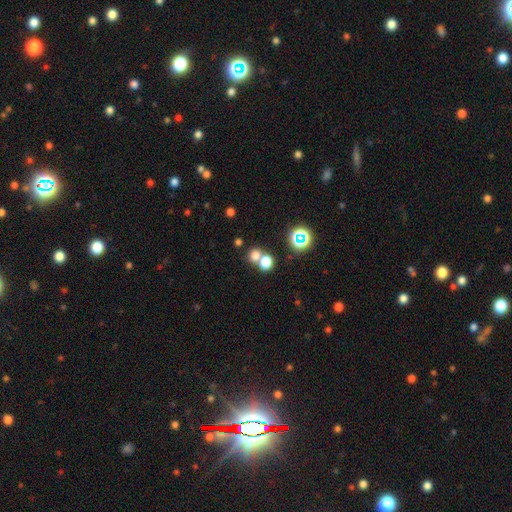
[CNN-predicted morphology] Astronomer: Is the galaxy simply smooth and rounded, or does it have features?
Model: smooth — 71%.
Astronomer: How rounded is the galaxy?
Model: round — 72%.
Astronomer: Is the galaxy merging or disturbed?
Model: none — 50% (runner-up: merger, 40%).